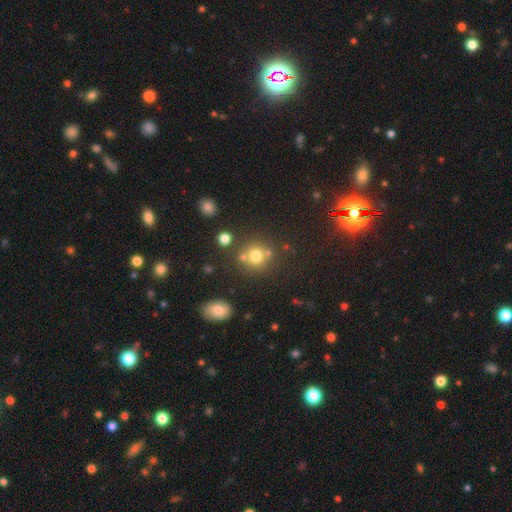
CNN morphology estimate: Q: Smooth or featured?
A: smooth (72%); runner-up: star or artifact (17%)
Q: How rounded?
A: round (88%); runner-up: in between (11%)
Q: Merging?
A: none (66%); runner-up: merger (19%)